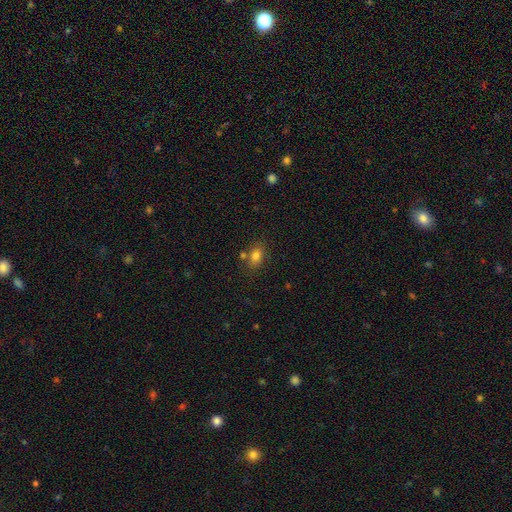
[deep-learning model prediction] Smooth or featured?
  - smooth: 80% *
  - star or artifact: 11%
  - featured or disk: 9%
How rounded?
  - in between: 74% *
  - round: 24%
  - cigar-shaped: 2%
Merging?
  - none: 69% *
  - merger: 14%
  - minor disturbance: 13%
  - major disturbance: 4%